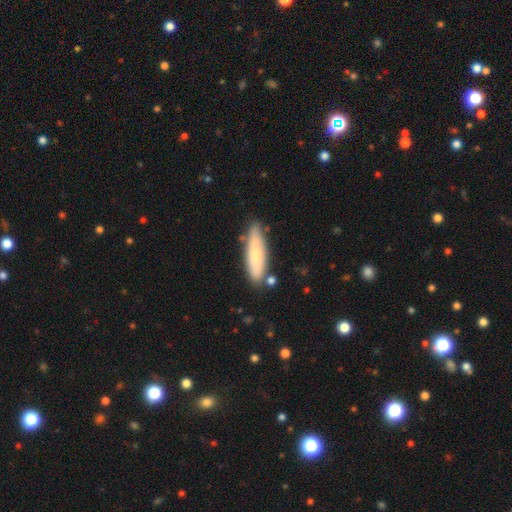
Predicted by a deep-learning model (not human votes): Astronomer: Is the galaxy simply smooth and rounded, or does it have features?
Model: smooth — 69%.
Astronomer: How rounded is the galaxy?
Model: cigar-shaped — 59% (runner-up: in between, 39%).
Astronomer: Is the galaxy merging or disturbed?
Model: none — 75%.